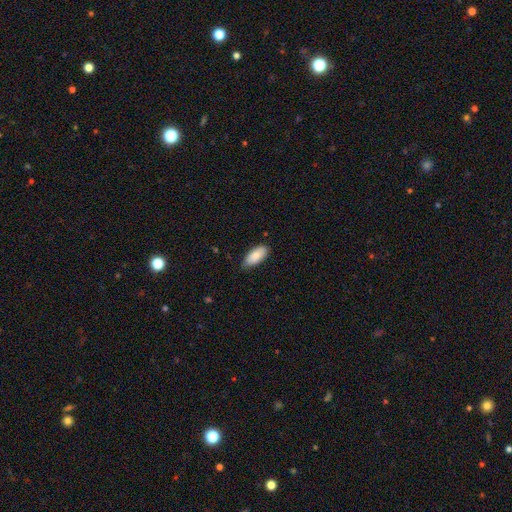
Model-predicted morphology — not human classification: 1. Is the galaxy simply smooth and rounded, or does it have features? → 86% smooth, 8% featured or disk, 6% star or artifact.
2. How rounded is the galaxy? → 90% in between, 8% cigar-shaped, 2% round.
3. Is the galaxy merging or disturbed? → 78% none, 18% minor disturbance, 2% major disturbance, 1% merger.